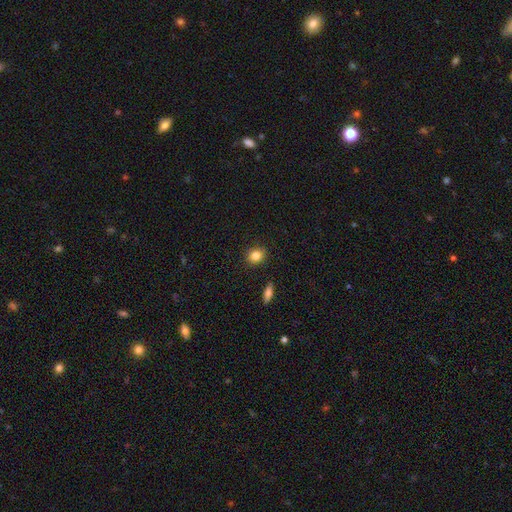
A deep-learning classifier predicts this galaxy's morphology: smooth-or-featured: smooth: 84% | star or artifact: 10% | featured or disk: 6%
  how-rounded: round: 62% | in between: 36% | cigar-shaped: 2%
  merging: none: 89% | minor disturbance: 8% | major disturbance: 2% | merger: 2%